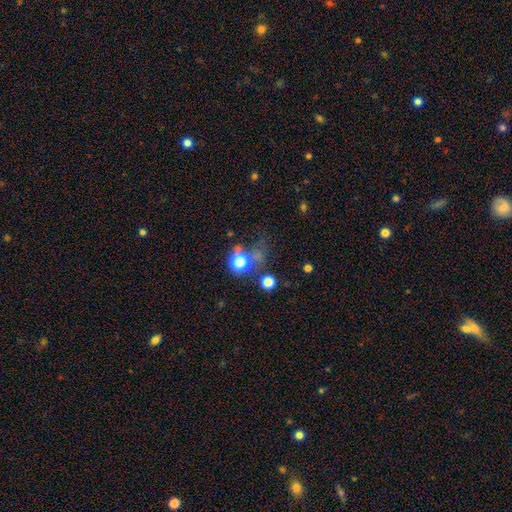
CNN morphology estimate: smooth 52%, star or artifact 37%, featured or disk 11%. Down the decision tree: how rounded — round (85%); merging — none (54%).